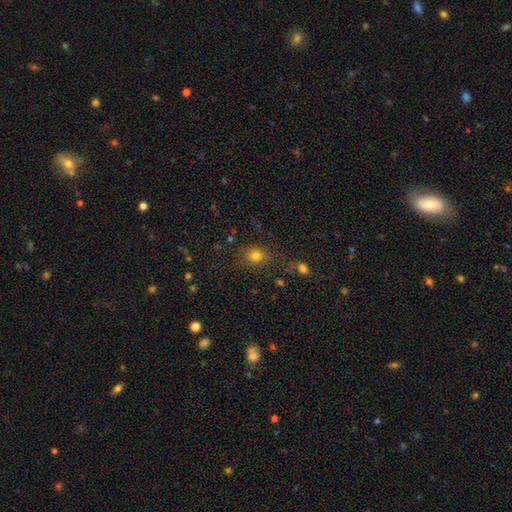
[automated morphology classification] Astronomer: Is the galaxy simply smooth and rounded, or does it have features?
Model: smooth — 78%.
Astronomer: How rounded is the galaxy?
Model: round — 77%.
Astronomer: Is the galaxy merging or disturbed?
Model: none — 75%.